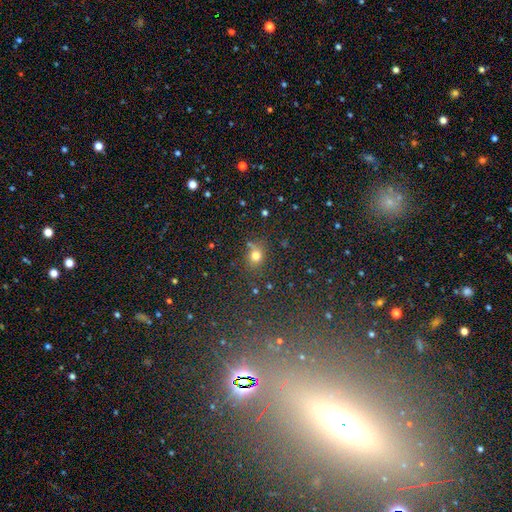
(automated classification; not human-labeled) Smooth or featured? smooth (71%)
How rounded? round (73%)
Merging? none (69%)